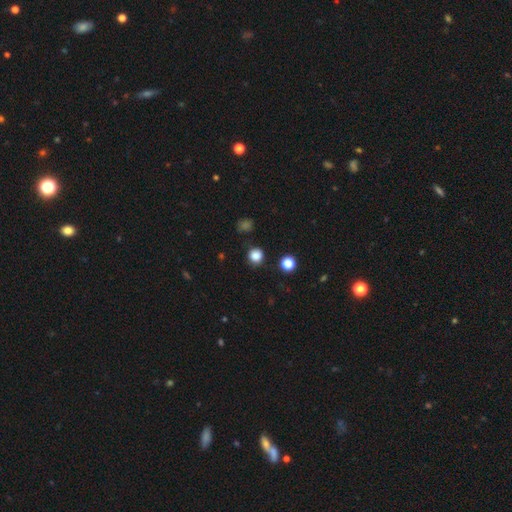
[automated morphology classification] This is clearly a smooth galaxy (84%). How rounded: clearly round (91%). Merging: clearly none (86%).